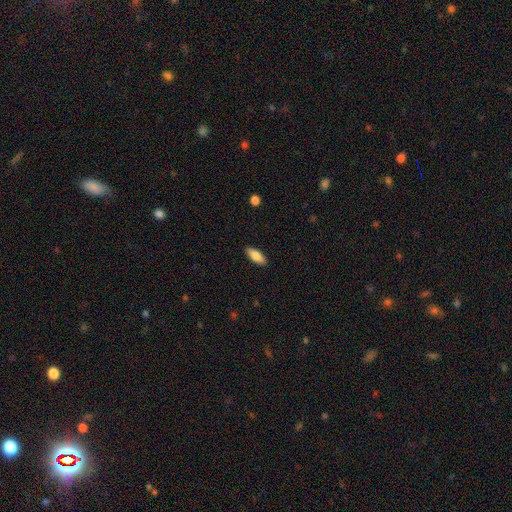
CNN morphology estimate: type=smooth (80%); roundness=in between (73%); merging=none (89%).